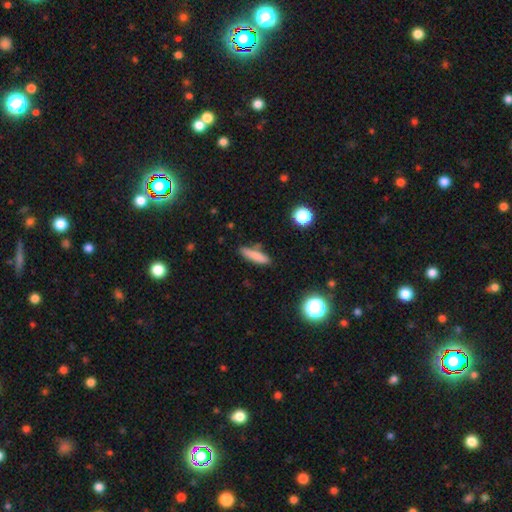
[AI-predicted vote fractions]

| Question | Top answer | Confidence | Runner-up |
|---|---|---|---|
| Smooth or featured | smooth | 80% | featured or disk (11%) |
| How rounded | cigar-shaped | 76% | in between (21%) |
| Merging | none | 79% | minor disturbance (14%) |